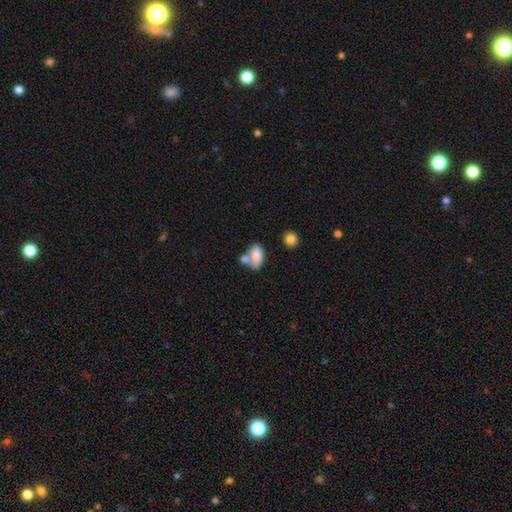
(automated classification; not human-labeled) A smooth galaxy with no disk features (76%) that is in between round and cigar-shaped (87%). Merging: merger (52%).